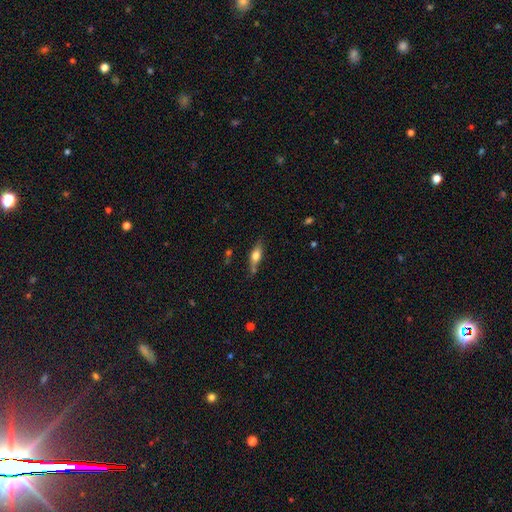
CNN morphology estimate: Q: Smooth or featured?
A: smooth (59%); runner-up: featured or disk (33%)
Q: How rounded?
A: in between (55%); runner-up: cigar-shaped (41%)
Q: Merging?
A: none (69%); runner-up: minor disturbance (19%)